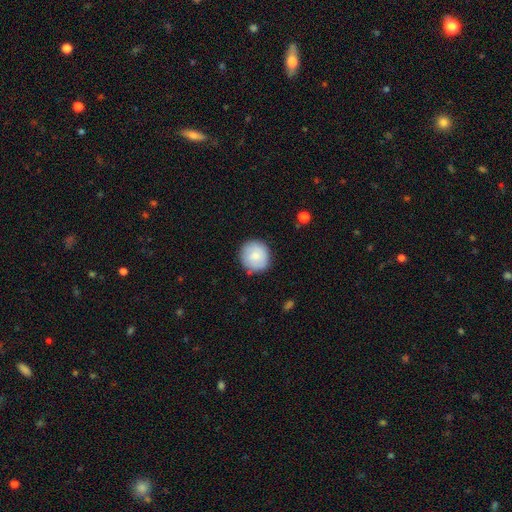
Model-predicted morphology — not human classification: This is likely a smooth galaxy (75%). How rounded: clearly round (89%). Merging: clearly none (85%).